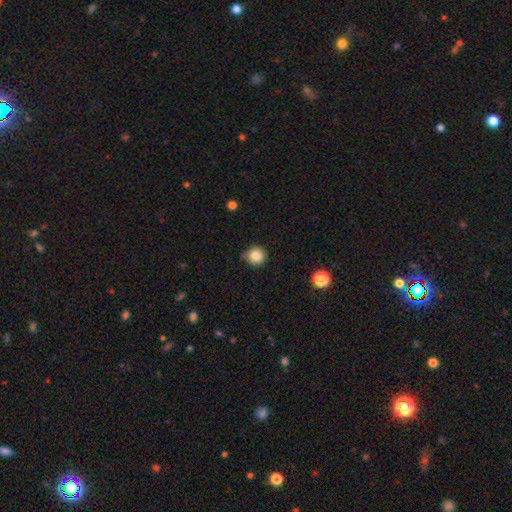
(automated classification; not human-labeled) Smooth or featured? Predicted: smooth (p=0.83). How rounded? Predicted: round (p=0.90). Merging? Predicted: none (p=0.76).